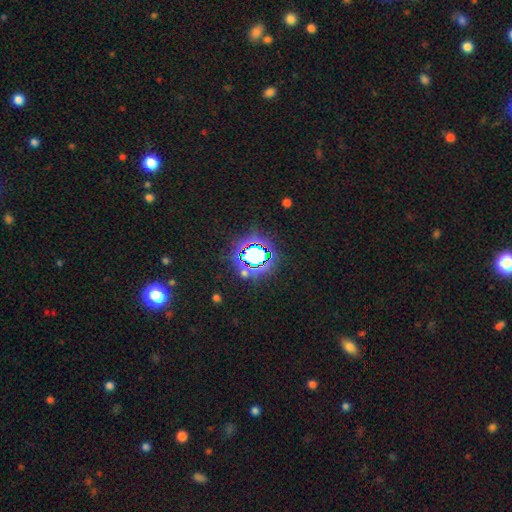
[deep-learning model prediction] This is likely a star or artifact rather than a galaxy (66%).